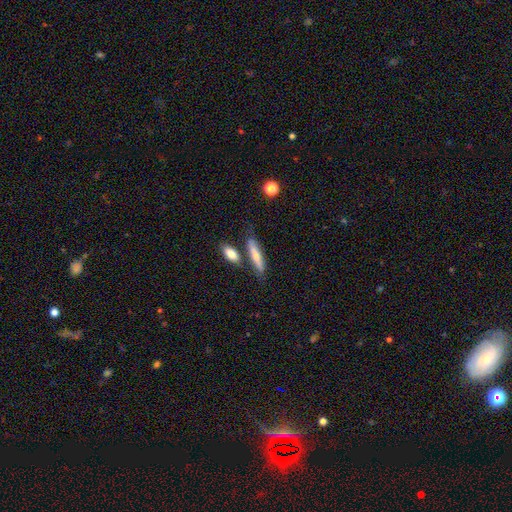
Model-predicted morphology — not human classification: smooth 68%, featured or disk 26%, star or artifact 6%. Down the decision tree: how rounded — cigar-shaped (75%); merging — none (66%).